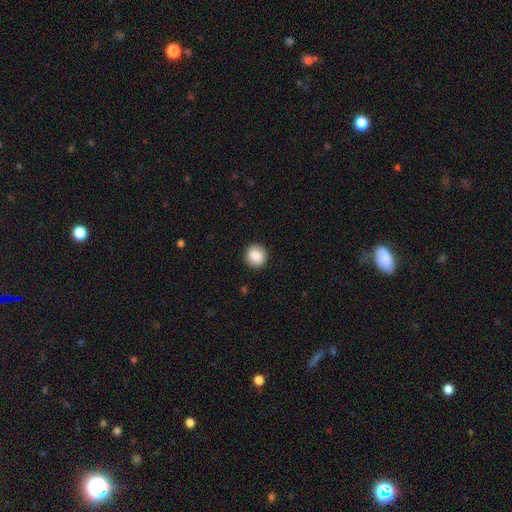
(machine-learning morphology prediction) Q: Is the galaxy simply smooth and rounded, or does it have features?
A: smooth — 86%.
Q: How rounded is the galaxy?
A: round — 91%.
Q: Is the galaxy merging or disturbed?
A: none — 92%.